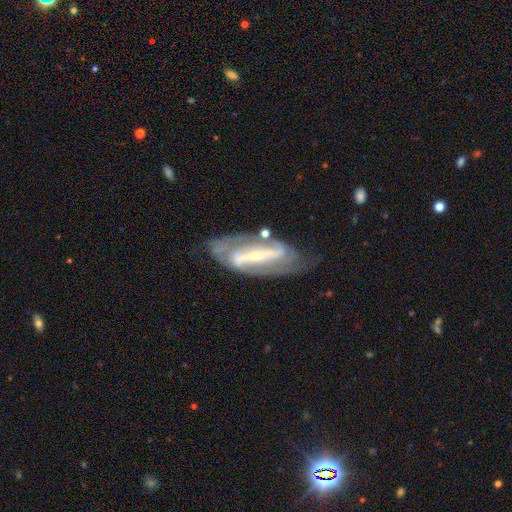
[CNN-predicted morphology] Q: Smooth or featured?
A: featured or disk (87%); runner-up: smooth (8%)
Q: Edge-on disk?
A: no (90%); runner-up: yes (10%)
Q: Bar?
A: strong (77%); runner-up: weak (15%)
Q: Spiral arms?
A: yes (89%); runner-up: no (11%)
Q: Spiral winding?
A: medium (42%); runner-up: tight (37%)
Q: Spiral arm count?
A: 2 (83%); runner-up: can't tell (10%)
Q: Bulge size?
A: small (72%); runner-up: moderate (22%)
Q: Merging?
A: none (66%); runner-up: minor disturbance (20%)